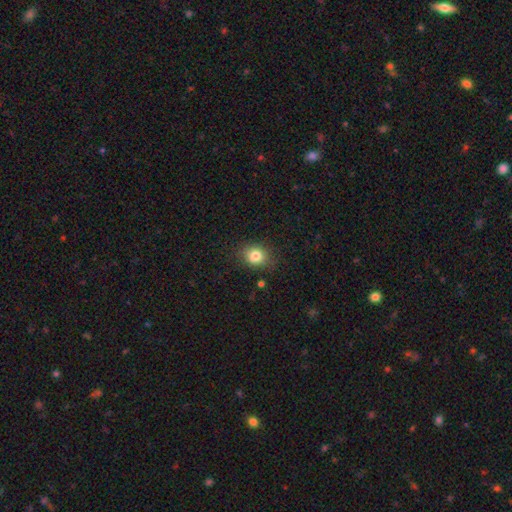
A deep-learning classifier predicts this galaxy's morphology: A smooth galaxy with no disk features (82%) that is round (60%).

Vote fractions:
- Smooth or featured? smooth: 82% / star or artifact: 11% / featured or disk: 7%
- How rounded? round: 60% / in between: 39% / cigar-shaped: 1%
- Merging? none: 82% / minor disturbance: 13% / major disturbance: 3% / merger: 2%